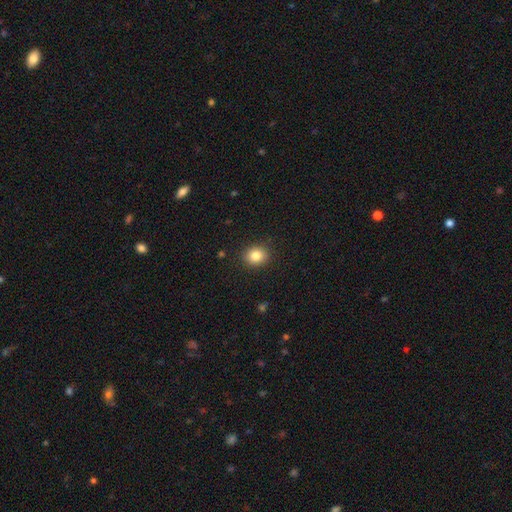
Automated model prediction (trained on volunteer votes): Smooth or featured? Predicted: smooth (p=0.84). How rounded? Predicted: round (p=0.71). Merging? Predicted: none (p=0.90).